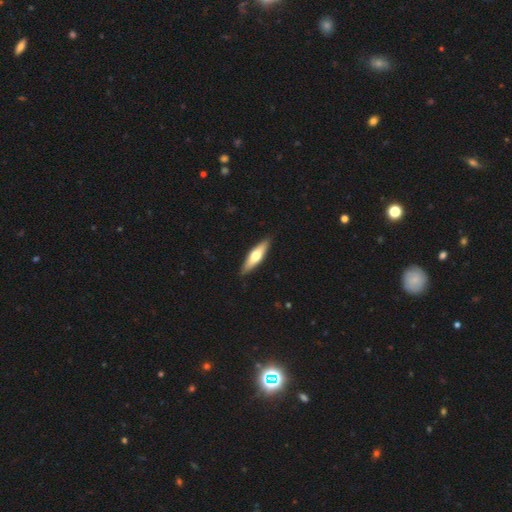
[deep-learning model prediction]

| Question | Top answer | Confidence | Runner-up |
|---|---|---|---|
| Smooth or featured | smooth | 52% | featured or disk (43%) |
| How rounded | cigar-shaped | 65% | in between (33%) |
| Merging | none | 90% | minor disturbance (8%) |